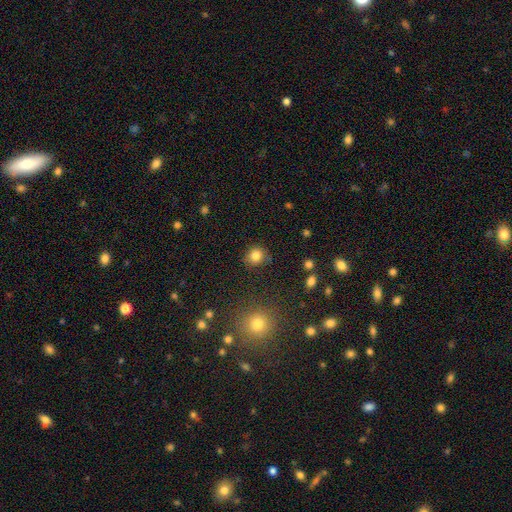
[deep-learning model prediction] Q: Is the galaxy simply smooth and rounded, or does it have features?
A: smooth — 84%.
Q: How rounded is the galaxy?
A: round — 85%.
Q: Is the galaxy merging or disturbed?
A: none — 83%.